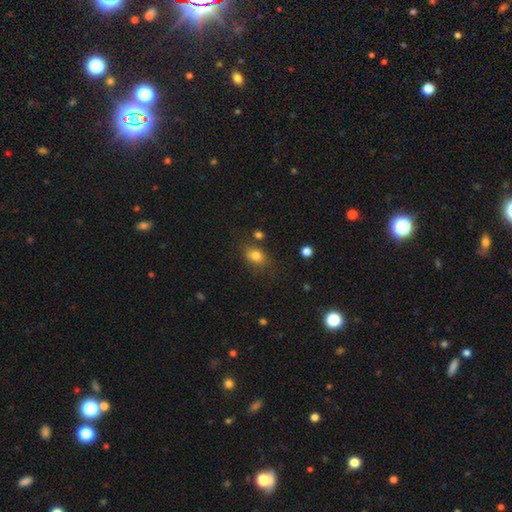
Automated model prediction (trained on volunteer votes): Smooth or featured: smooth — 79% (star or artifact — 11%)
How rounded: in between — 66% (round — 33%)
Merging: none — 70% (minor disturbance — 17%)